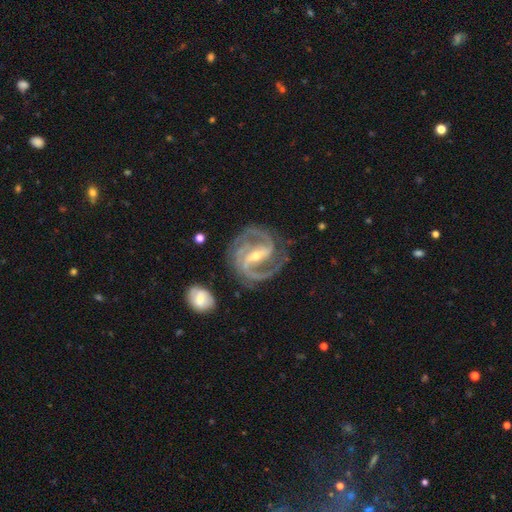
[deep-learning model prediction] Smooth or featured? featured or disk (94%)
Edge-on disk? no (98%)
Bar? strong (61%)
Spiral arms? yes (99%)
Spiral winding? medium (53%)
Spiral arm count? 2 (60%)
Bulge size? small (57%)
Merging? none (75%)